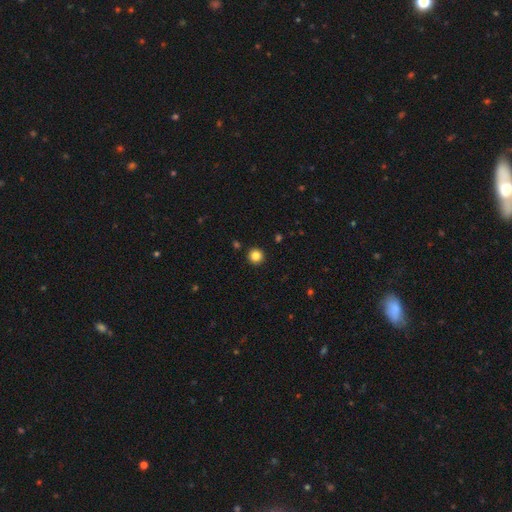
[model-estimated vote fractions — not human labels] smooth 84%, star or artifact 12%, featured or disk 4%. Down the decision tree: how rounded — round (96%); merging — none (93%).